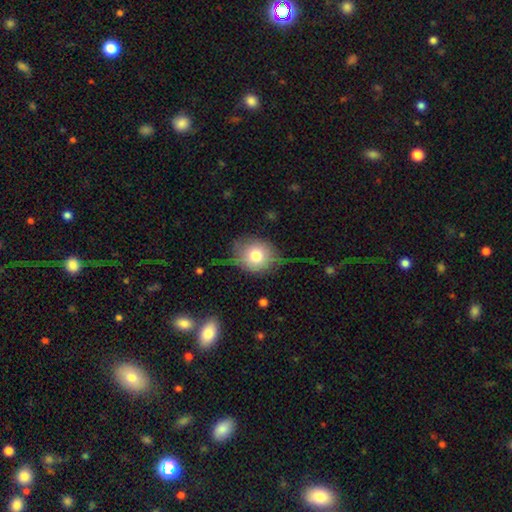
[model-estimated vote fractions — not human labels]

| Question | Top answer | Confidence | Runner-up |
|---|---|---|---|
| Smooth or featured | smooth | 67% | featured or disk (23%) |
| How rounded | round | 76% | in between (23%) |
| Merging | none | 59% | minor disturbance (26%) |